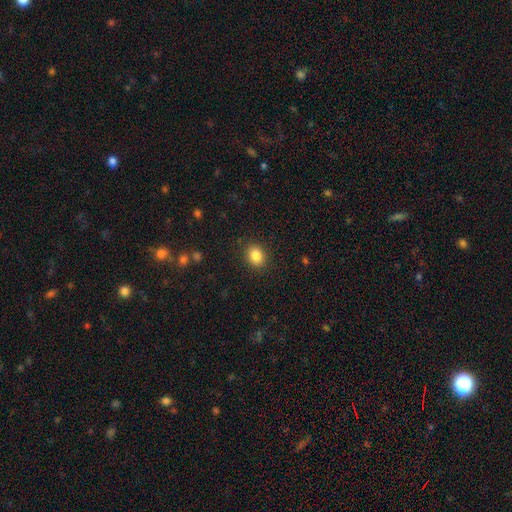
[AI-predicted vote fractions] A smooth galaxy with no disk features (85%) that is in between round and cigar-shaped (51%). Merging: none (88%).